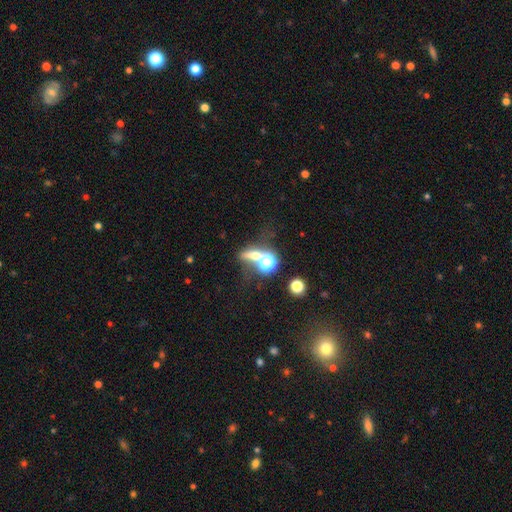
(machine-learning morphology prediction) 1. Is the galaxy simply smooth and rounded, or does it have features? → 50% smooth, 26% star or artifact, 24% featured or disk.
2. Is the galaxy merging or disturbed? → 43% none, 35% merger, 11% minor disturbance, 10% major disturbance.